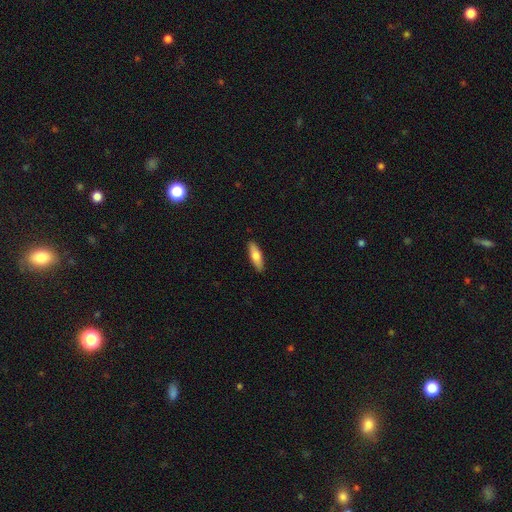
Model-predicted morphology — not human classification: type=smooth (70%); roundness=cigar-shaped (53%); merging=none (89%).